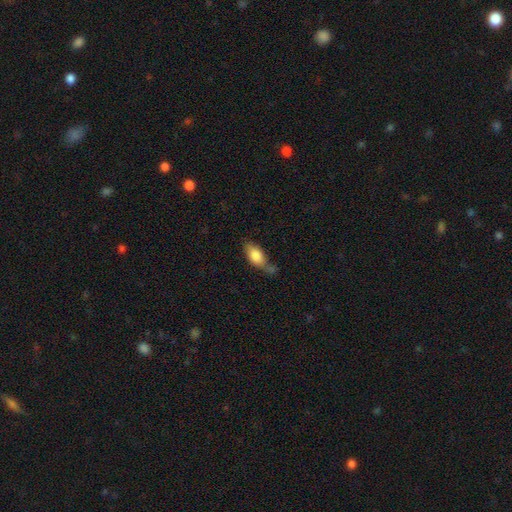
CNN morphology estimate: Smooth or featured? Predicted: smooth (p=0.80). How rounded? Predicted: in between (p=0.88). Merging? Predicted: none (p=0.44).